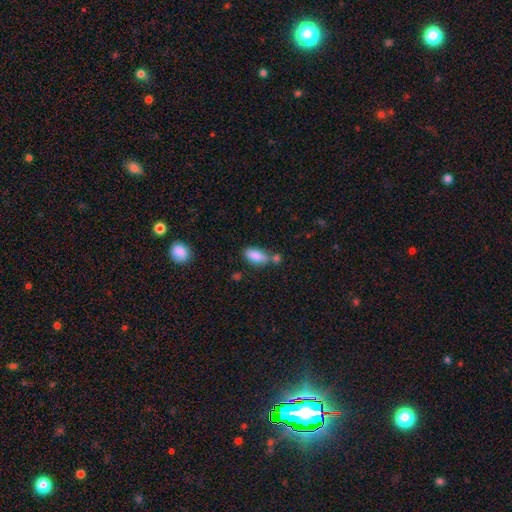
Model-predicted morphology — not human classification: This appears to be a smooth galaxy with no disk features (85%) that is in between round and cigar-shaped (88%). Merging: none (53%).